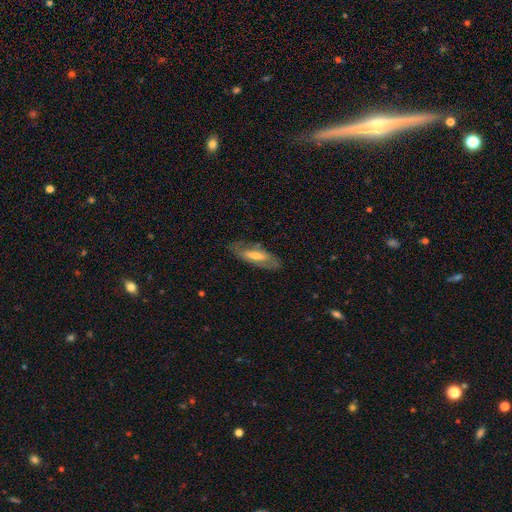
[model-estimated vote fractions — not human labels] featured or disk 59%, smooth 34%, star or artifact 7%. Down the decision tree: edge-on disk — no (71%); merging — none (78%).